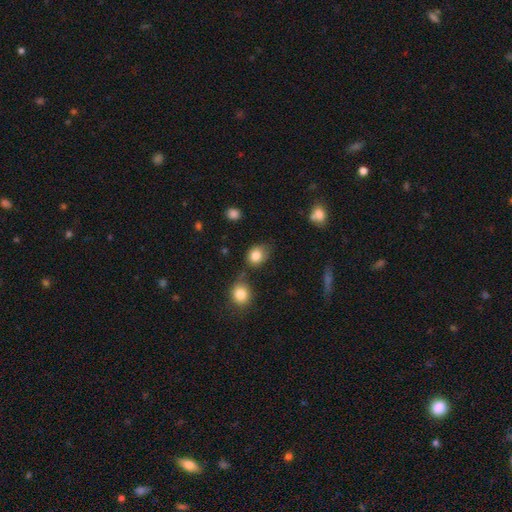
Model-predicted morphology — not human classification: Smooth or featured: smooth — 83% (star or artifact — 10%)
How rounded: round — 54% (in between — 45%)
Merging: none — 63% (minor disturbance — 21%)